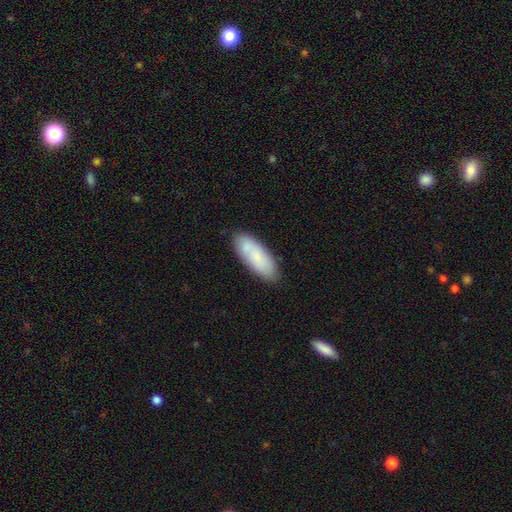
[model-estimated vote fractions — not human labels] A smooth galaxy with no disk features (75%) that is in between round and cigar-shaped (73%).

Vote fractions:
- Smooth or featured? smooth: 75% / featured or disk: 18% / star or artifact: 7%
- How rounded? in between: 73% / cigar-shaped: 25% / round: 2%
- Merging? none: 78% / minor disturbance: 15% / merger: 4% / major disturbance: 3%